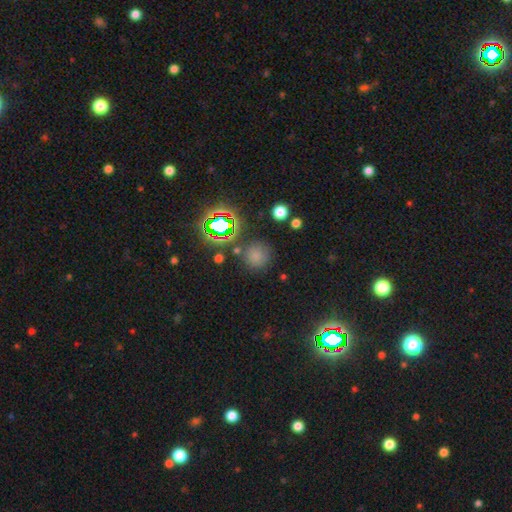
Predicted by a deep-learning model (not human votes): Overall: smooth (67%). How rounded: round (92%). Merging: none (78%).